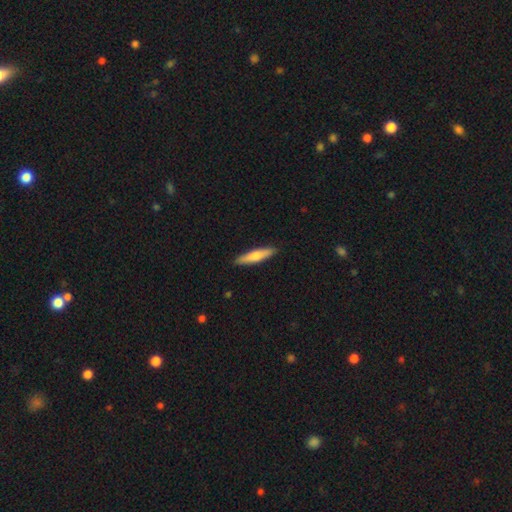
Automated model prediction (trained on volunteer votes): Smooth or featured? smooth (64%)
How rounded? cigar-shaped (83%)
Merging? none (91%)